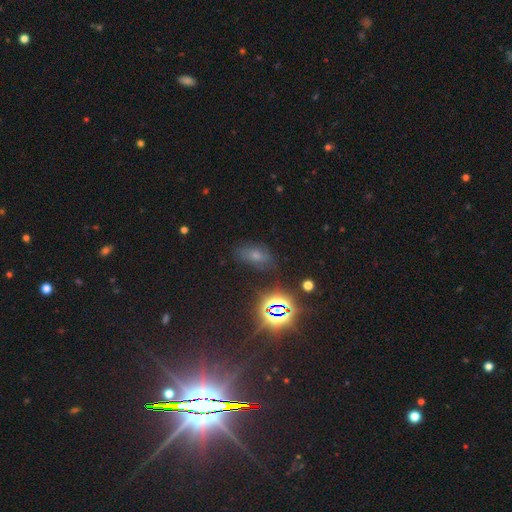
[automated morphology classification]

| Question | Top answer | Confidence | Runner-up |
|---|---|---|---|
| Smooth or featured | smooth | 50% | star or artifact (34%) |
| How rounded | in between | 86% | round (10%) |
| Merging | none | 70% | minor disturbance (19%) |